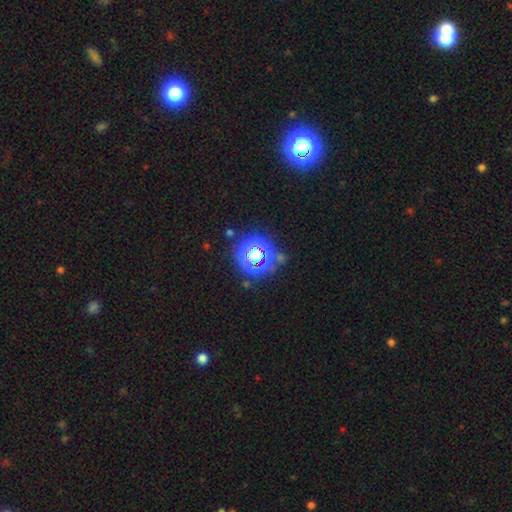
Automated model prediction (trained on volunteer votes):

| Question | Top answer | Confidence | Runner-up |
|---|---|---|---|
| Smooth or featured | star or artifact | 75% | smooth (17%) |